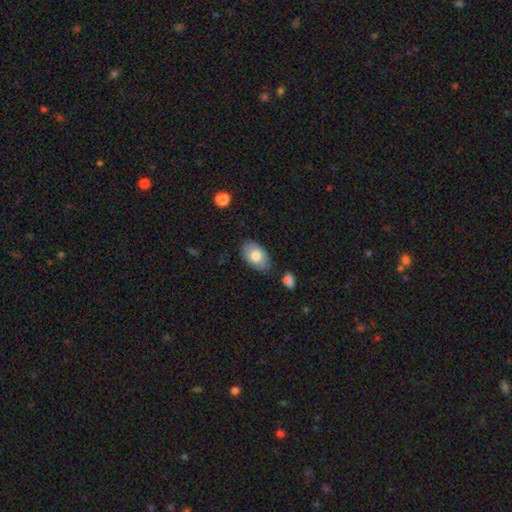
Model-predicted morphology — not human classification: Smooth or featured: smooth — 76% (featured or disk — 18%)
How rounded: in between — 91% (round — 7%)
Merging: none — 78% (minor disturbance — 15%)